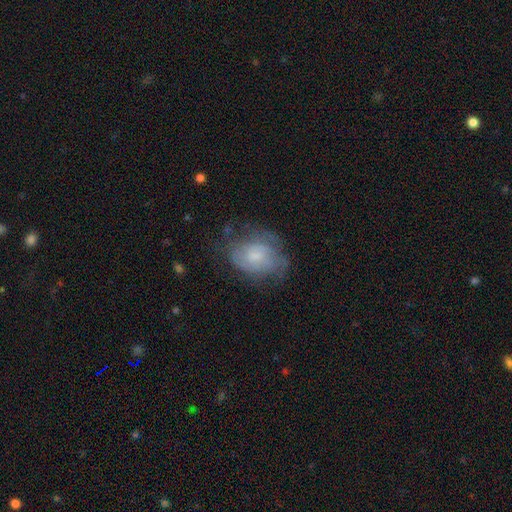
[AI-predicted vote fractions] smooth_or_featured: featured or disk (p=0.48) [alt: smooth p=0.43]
merging: none (p=0.52) [alt: minor disturbance p=0.28]